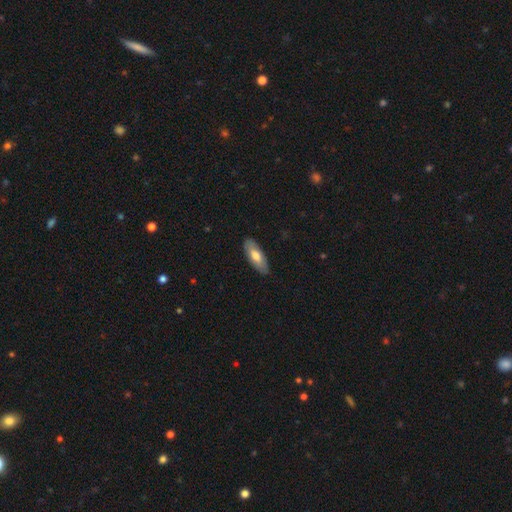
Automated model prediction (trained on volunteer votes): The model was most divided on "smooth or featured": smooth: 66%, featured or disk: 29%, star or artifact: 5%. More confident: merging — none (86%); how rounded — in between (76%).